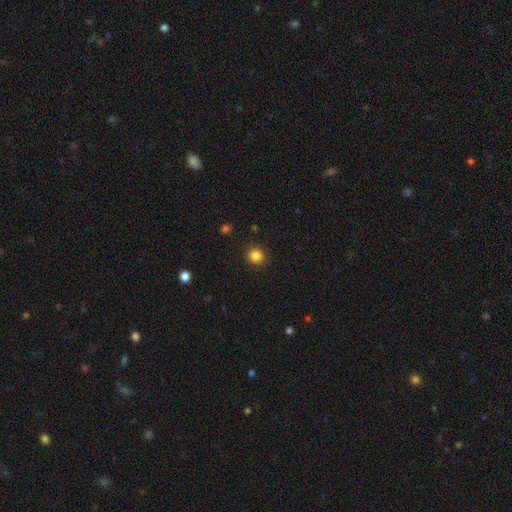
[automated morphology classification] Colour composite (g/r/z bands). It shows a smooth galaxy with no disk features (85%) that is round (93%). Merging: none (91%).